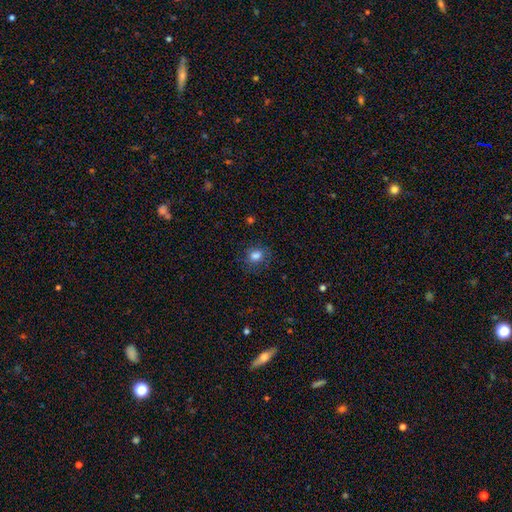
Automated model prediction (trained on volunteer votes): A smooth galaxy with no disk features (81%) that is round (54%).

Vote fractions:
- Smooth or featured? smooth: 81% / star or artifact: 11% / featured or disk: 8%
- How rounded? round: 54% / in between: 45% / cigar-shaped: 1%
- Merging? none: 78% / minor disturbance: 15% / major disturbance: 5% / merger: 1%